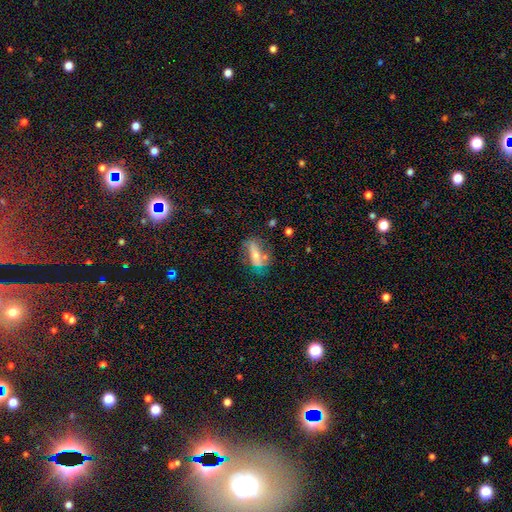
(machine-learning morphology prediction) Smooth or featured? Predicted: smooth (p=0.49). Merging? Predicted: none (p=0.53).